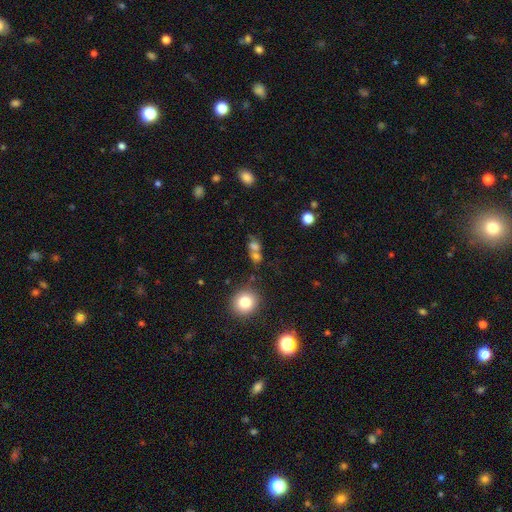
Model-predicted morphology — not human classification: smooth-or-featured: smooth: 67% | star or artifact: 17% | featured or disk: 16%
  how-rounded: round: 57% | in between: 39% | cigar-shaped: 4%
  merging: merger: 49% | none: 35% | minor disturbance: 9% | major disturbance: 7%